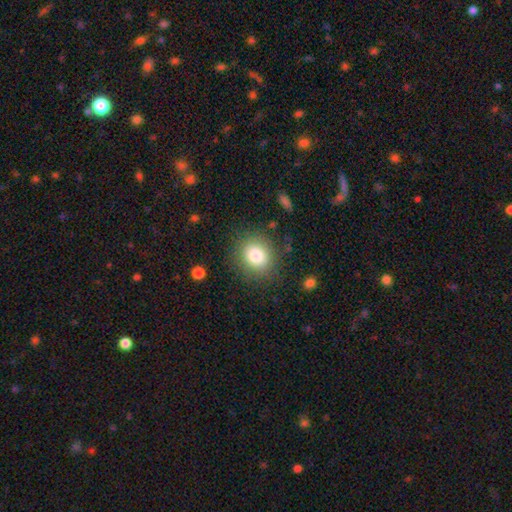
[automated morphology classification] This is clearly a smooth galaxy (82%). How rounded: likely round (77%). Merging: clearly none (84%).